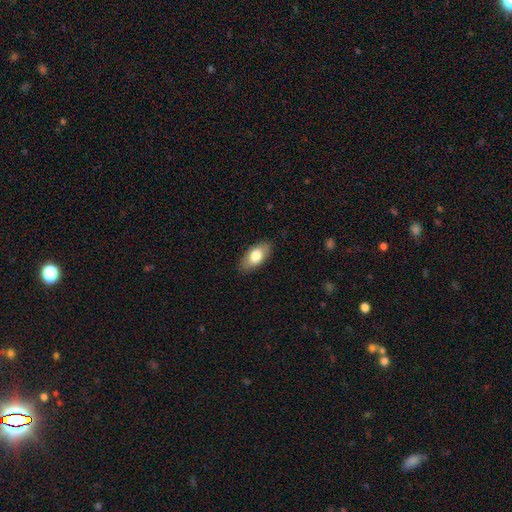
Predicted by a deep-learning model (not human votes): smooth 76%, featured or disk 18%, star or artifact 6%. Down the decision tree: how rounded — in between (91%); merging — none (85%).